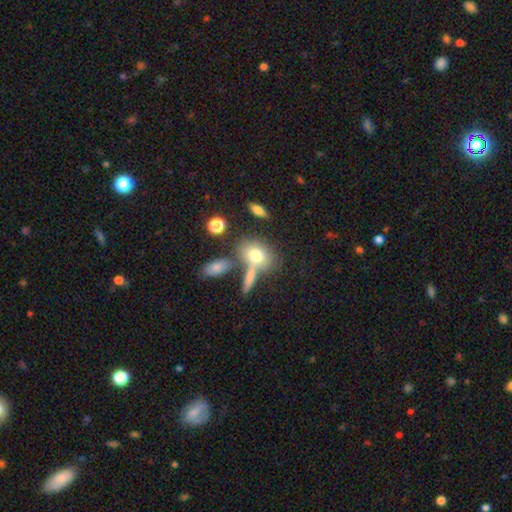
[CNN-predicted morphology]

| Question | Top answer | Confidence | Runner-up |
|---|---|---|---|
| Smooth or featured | smooth | 71% | featured or disk (19%) |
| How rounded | in between | 62% | round (34%) |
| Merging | none | 51% | merger (28%) |